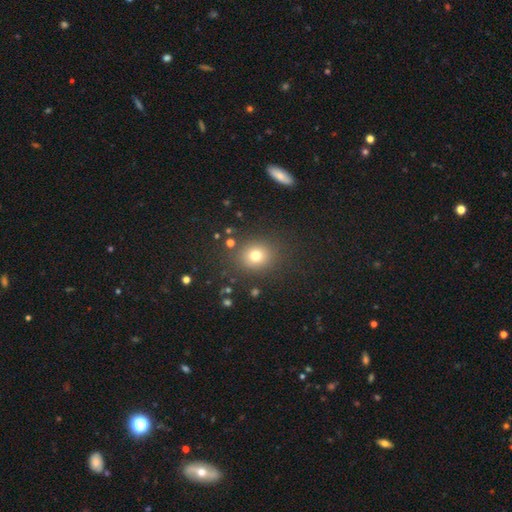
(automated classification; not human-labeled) A smooth galaxy with no disk features (76%) that is round (76%). Merging: none (85%).